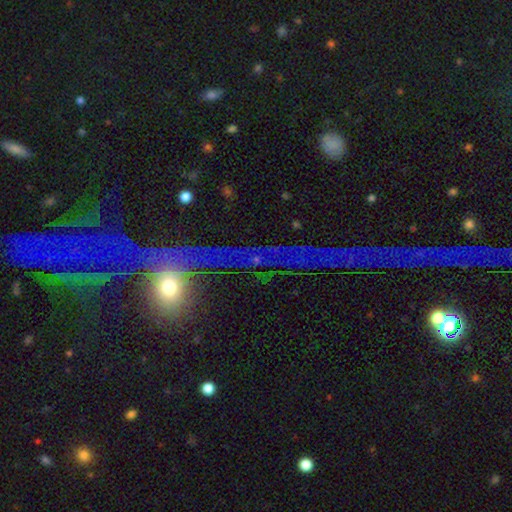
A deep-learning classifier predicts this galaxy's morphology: This is marginally a smooth galaxy (38%). Merging: marginally none (43%).